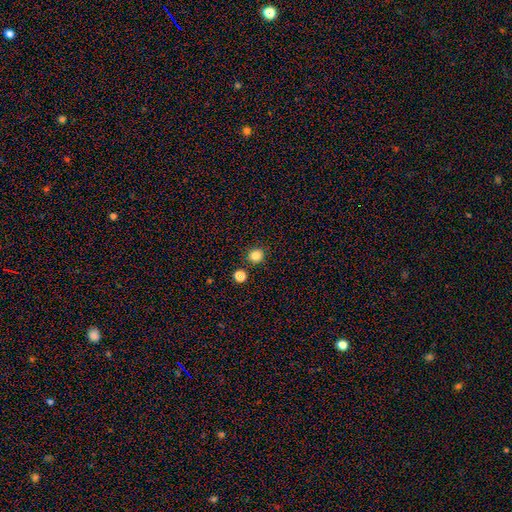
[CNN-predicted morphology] Q: Smooth or featured?
A: smooth (82%); runner-up: star or artifact (13%)
Q: How rounded?
A: round (87%); runner-up: in between (12%)
Q: Merging?
A: none (87%); runner-up: minor disturbance (6%)